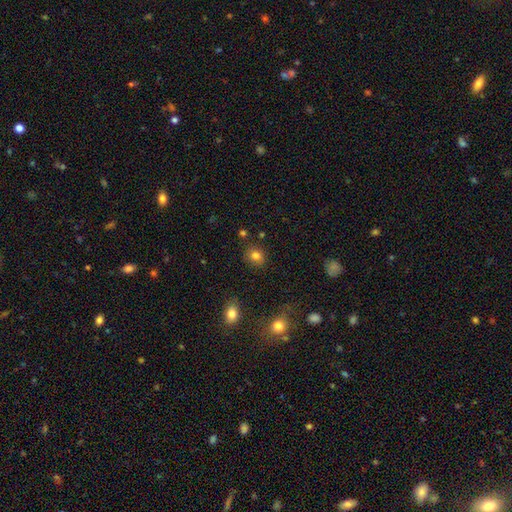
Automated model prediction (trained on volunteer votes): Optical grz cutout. It shows a smooth galaxy with no disk features (81%) that is round (69%). Merging: none (85%).